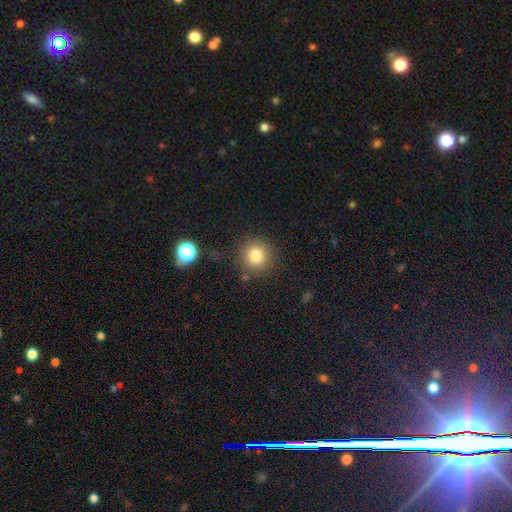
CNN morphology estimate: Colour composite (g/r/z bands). It shows a smooth galaxy with no disk features (81%) that is round (92%). Merging: none (84%).